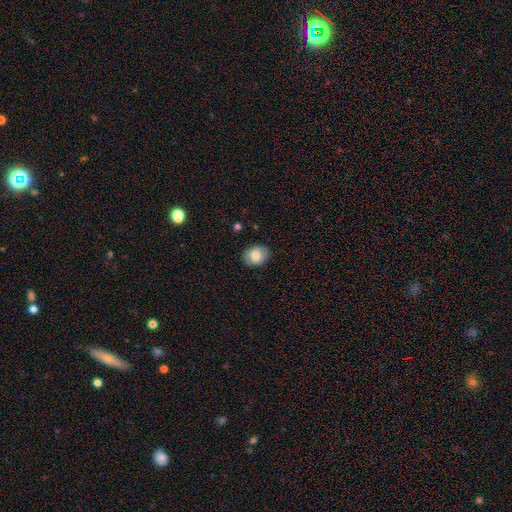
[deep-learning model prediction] Smooth or featured? Predicted: smooth (p=0.78). How rounded? Predicted: in between (p=0.59). Merging? Predicted: none (p=0.86).